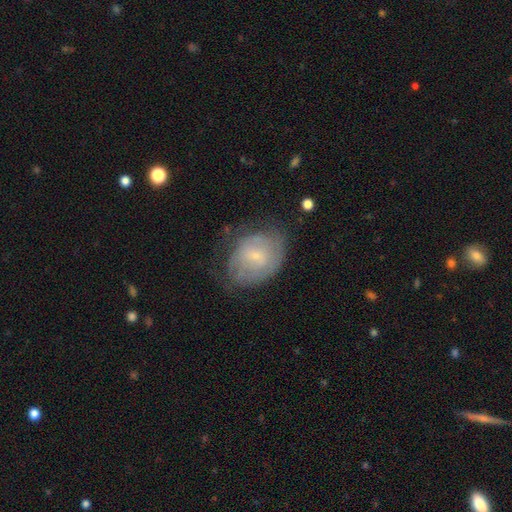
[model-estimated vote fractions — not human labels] Smooth or featured?
  - featured or disk: 56% *
  - smooth: 36%
  - star or artifact: 8%
Edge-on disk?
  - no: 96% *
  - yes: 4%
Bar?
  - no: 56% *
  - weak: 38%
  - strong: 6%
Spiral arms?
  - yes: 68% *
  - no: 32%
Bulge size?
  - small: 77% *
  - moderate: 16%
  - none: 5%
  - large: 1%
  - dominant: 1%
Merging?
  - none: 55% *
  - minor disturbance: 27%
  - major disturbance: 15%
  - merger: 2%